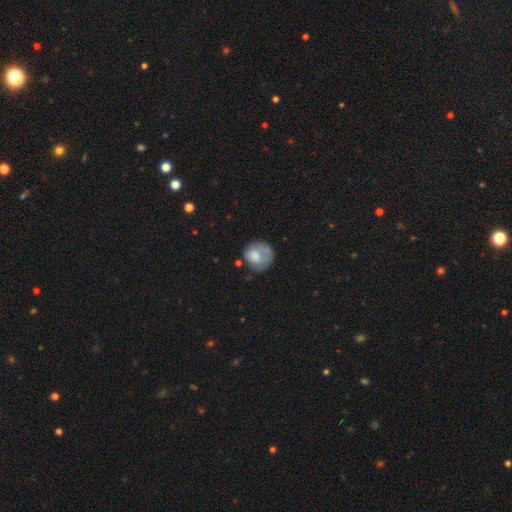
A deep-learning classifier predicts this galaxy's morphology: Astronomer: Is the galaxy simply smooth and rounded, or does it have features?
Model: smooth — 68%.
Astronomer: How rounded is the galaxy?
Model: round — 77%.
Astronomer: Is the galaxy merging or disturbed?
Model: none — 49% (runner-up: minor disturbance, 28%).